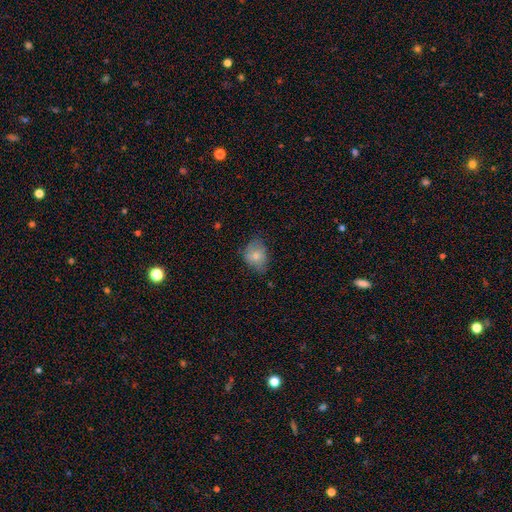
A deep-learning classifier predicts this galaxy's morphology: smooth 73%, featured or disk 19%, star or artifact 8%. Down the decision tree: how rounded — in between (56%); merging — none (53%).